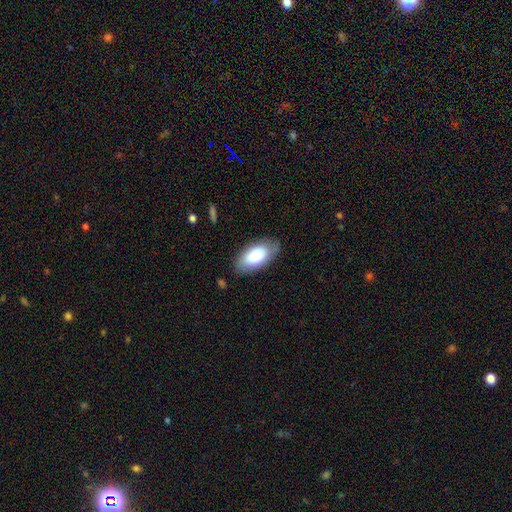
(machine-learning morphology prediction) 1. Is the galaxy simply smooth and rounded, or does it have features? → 82% smooth, 12% featured or disk, 6% star or artifact.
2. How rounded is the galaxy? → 95% in between, 3% round, 2% cigar-shaped.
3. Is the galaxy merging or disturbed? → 80% none, 15% minor disturbance, 4% major disturbance, 1% merger.